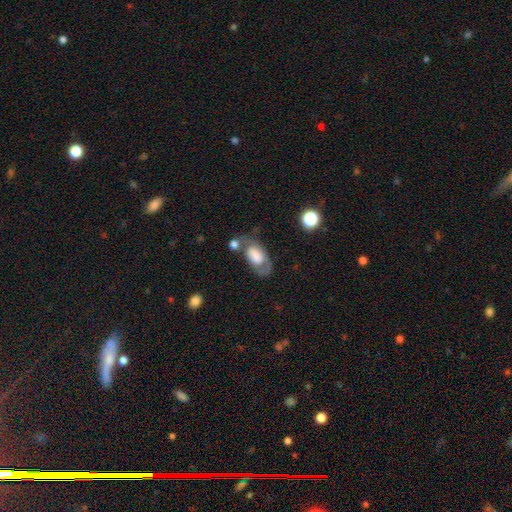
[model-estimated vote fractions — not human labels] A smooth galaxy with no disk features (53%) that is in between round and cigar-shaped (91%).

Vote fractions:
- Smooth or featured? smooth: 53% / featured or disk: 39% / star or artifact: 8%
- How rounded? in between: 91% / round: 6% / cigar-shaped: 2%
- Merging? none: 41% / minor disturbance: 24% / major disturbance: 20% / merger: 15%